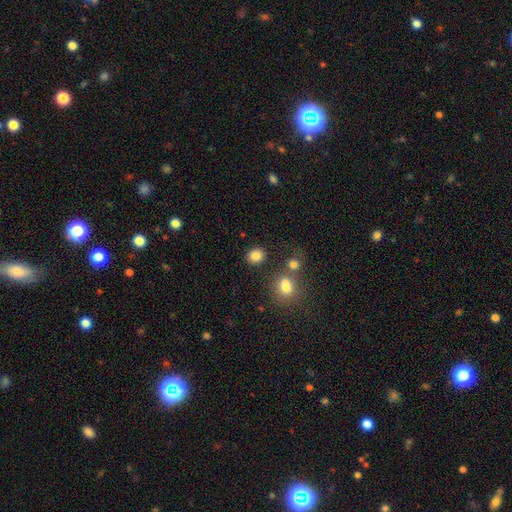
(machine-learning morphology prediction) Smooth or featured?
  - smooth: 83% *
  - star or artifact: 11%
  - featured or disk: 5%
How rounded?
  - round: 77% *
  - in between: 22%
  - cigar-shaped: 1%
Merging?
  - none: 83% *
  - minor disturbance: 8%
  - merger: 5%
  - major disturbance: 3%